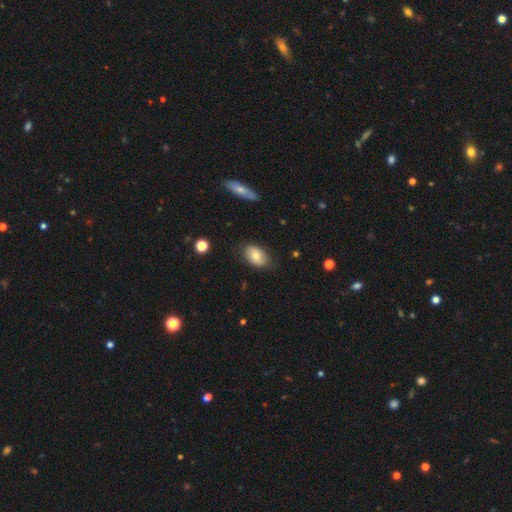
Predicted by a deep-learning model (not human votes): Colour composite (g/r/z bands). It shows a smooth galaxy with no disk features (70%) that is in between round and cigar-shaped (87%). Merging: none (80%).